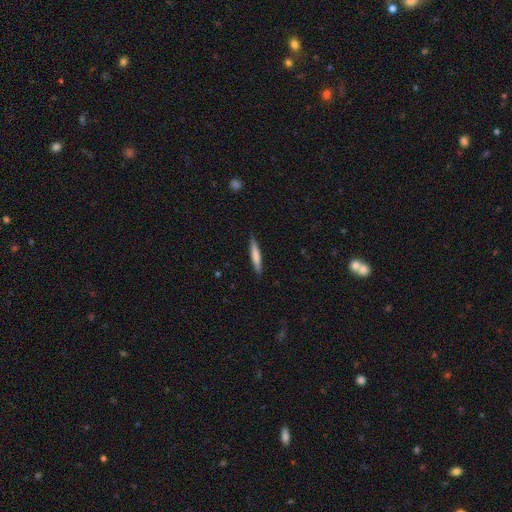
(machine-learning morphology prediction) The model was most divided on "smooth or featured": smooth: 69%, featured or disk: 25%, star or artifact: 5%. More confident: how rounded — cigar-shaped (93%); merging — none (89%).